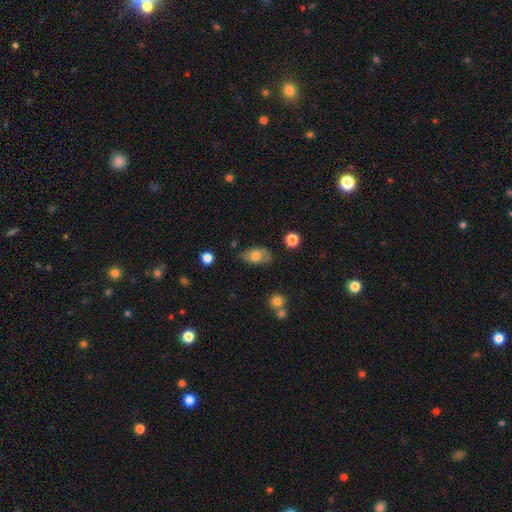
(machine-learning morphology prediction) Overall: smooth (71%). How rounded: in between (89%). Merging: none (71%).